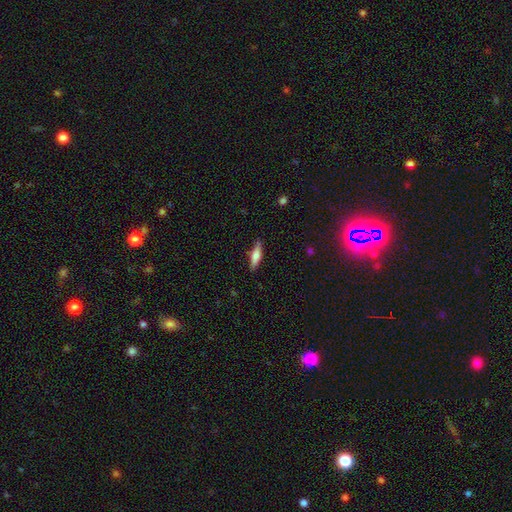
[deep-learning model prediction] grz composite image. It shows a smooth galaxy with no disk features (60%) that is cigar-shaped (69%). Merging: none (85%).